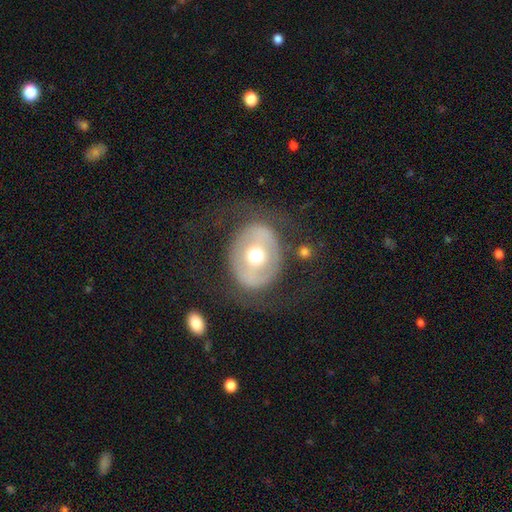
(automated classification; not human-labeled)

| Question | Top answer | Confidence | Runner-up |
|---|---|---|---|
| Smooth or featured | featured or disk | 56% | smooth (37%) |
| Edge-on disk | no | 94% | yes (6%) |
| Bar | no | 50% | weak (25%) |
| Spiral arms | no | 79% | yes (21%) |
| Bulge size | moderate | 73% | large (16%) |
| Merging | none | 68% | major disturbance (15%) |